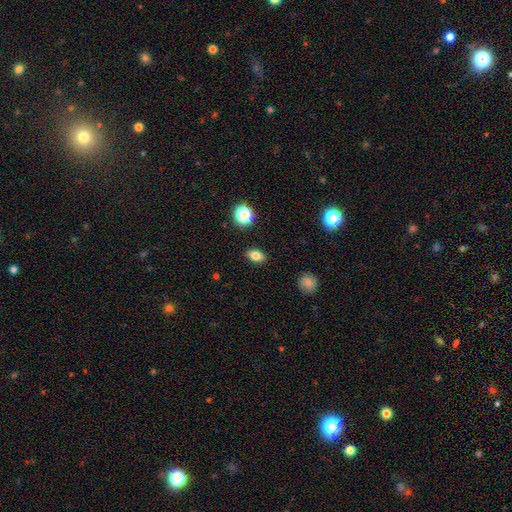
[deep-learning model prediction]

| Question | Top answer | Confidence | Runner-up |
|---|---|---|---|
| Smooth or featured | smooth | 81% | star or artifact (11%) |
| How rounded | in between | 82% | round (15%) |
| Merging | none | 88% | minor disturbance (8%) |